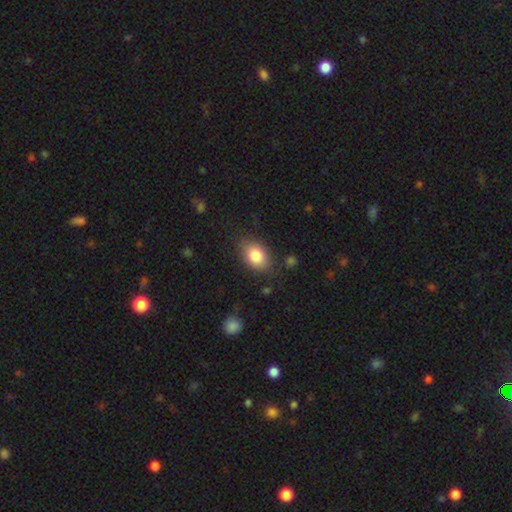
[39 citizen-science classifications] This appears to be a smooth galaxy with no disk features (87%) that is in between round and cigar-shaped (74%). Merging: none (75%).